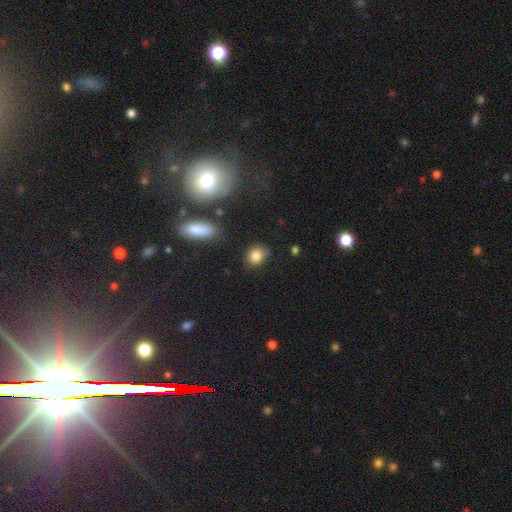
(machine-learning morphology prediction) Smooth or featured: smooth — 82% (star or artifact — 10%)
How rounded: round — 57% (in between — 41%)
Merging: none — 74% (minor disturbance — 19%)